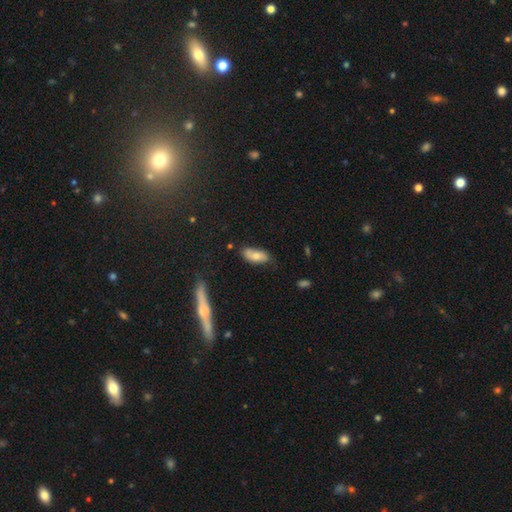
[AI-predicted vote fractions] A smooth galaxy with no disk features (67%) that is in between round and cigar-shaped (82%). Merging: none (67%).